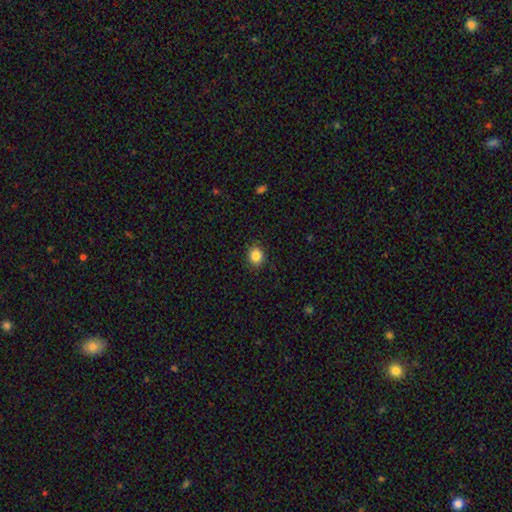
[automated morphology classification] Q: Smooth or featured?
A: smooth (85%); runner-up: star or artifact (10%)
Q: How rounded?
A: round (79%); runner-up: in between (20%)
Q: Merging?
A: none (90%); runner-up: minor disturbance (7%)